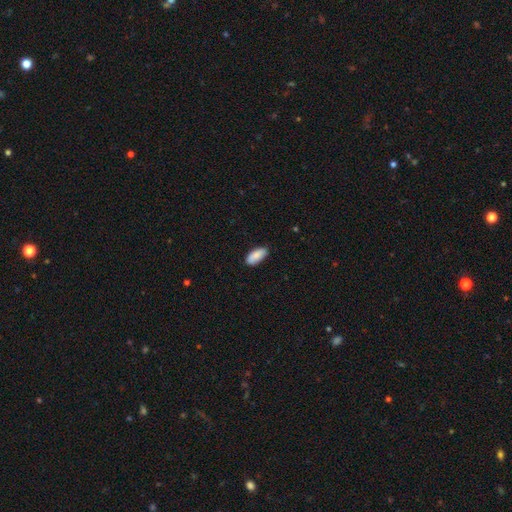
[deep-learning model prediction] Smooth or featured?
  - smooth: 88% *
  - star or artifact: 6%
  - featured or disk: 6%
How rounded?
  - in between: 88% *
  - cigar-shaped: 10%
  - round: 2%
Merging?
  - none: 82% *
  - minor disturbance: 14%
  - major disturbance: 2%
  - merger: 1%